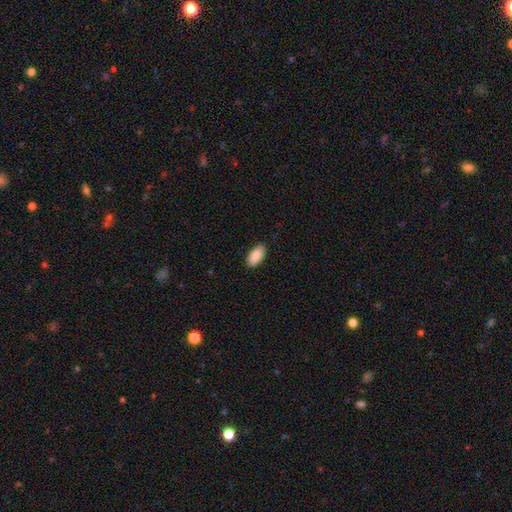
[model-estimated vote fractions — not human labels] Smooth or featured? smooth (90%)
How rounded? in between (94%)
Merging? none (88%)